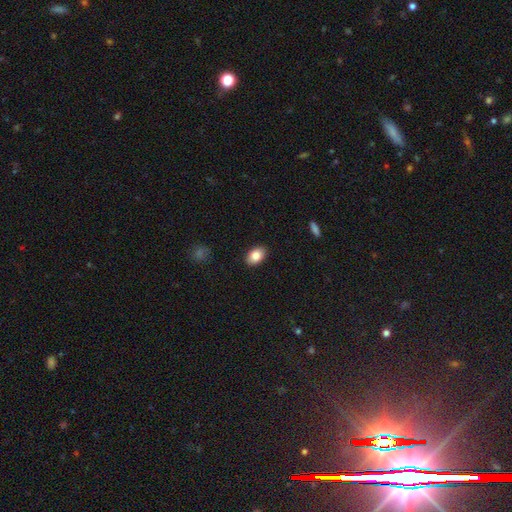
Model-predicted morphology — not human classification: This appears to be a smooth galaxy with no disk features (84%) that is in between round and cigar-shaped (88%). Merging: none (89%).